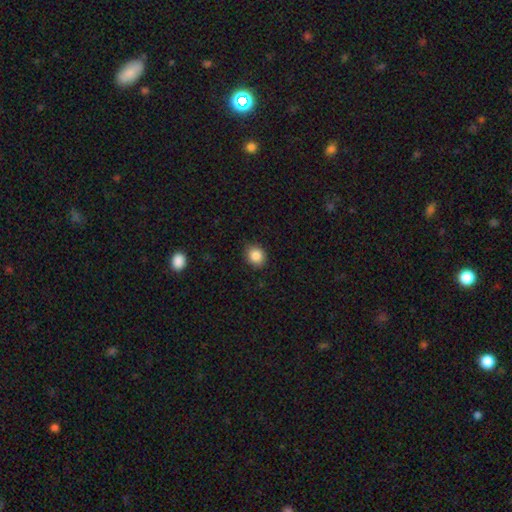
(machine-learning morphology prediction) type=smooth (86%); roundness=round (66%); merging=none (87%).